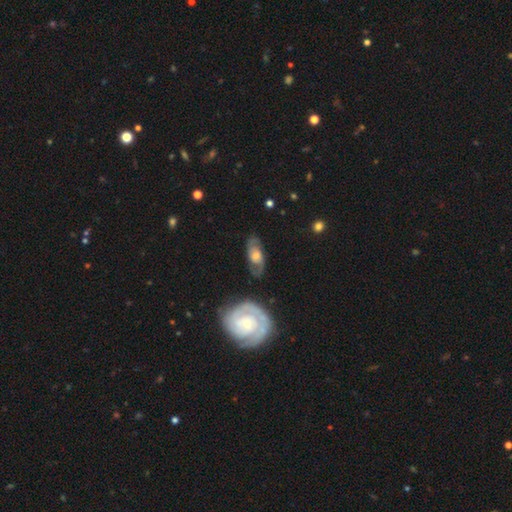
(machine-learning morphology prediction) Smooth or featured: featured or disk — 73% (smooth — 21%)
Edge-on disk: no — 92% (yes — 8%)
Bar: no — 63% (weak — 31%)
Spiral arms: yes — 89% (no — 11%)
Spiral winding: medium — 47% (tight — 31%)
Spiral arm count: 2 — 83% (can't tell — 9%)
Bulge size: moderate — 54% (small — 26%)
Merging: none — 75% (minor disturbance — 16%)